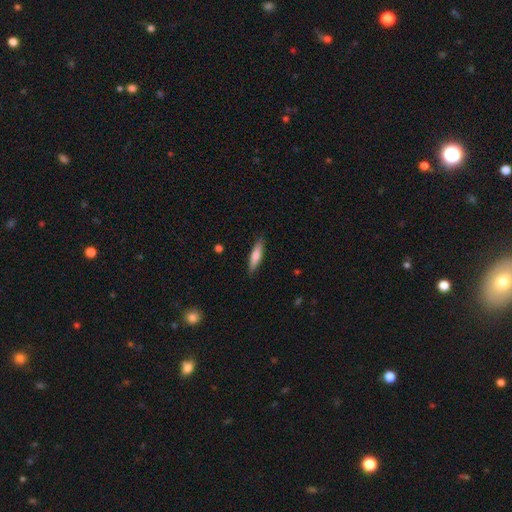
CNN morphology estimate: smooth-or-featured: smooth: 69% | featured or disk: 25% | star or artifact: 6%
  how-rounded: cigar-shaped: 76% | in between: 22% | round: 2%
  merging: none: 88% | minor disturbance: 9% | major disturbance: 2% | merger: 1%